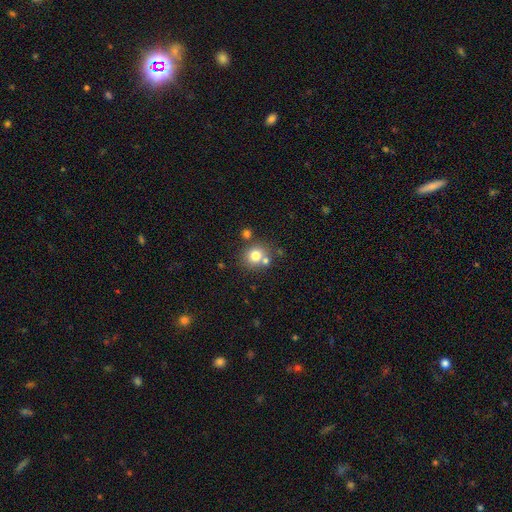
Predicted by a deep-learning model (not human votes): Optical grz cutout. It shows a smooth galaxy with no disk features (76%) that is round (83%). Merging: none (66%).